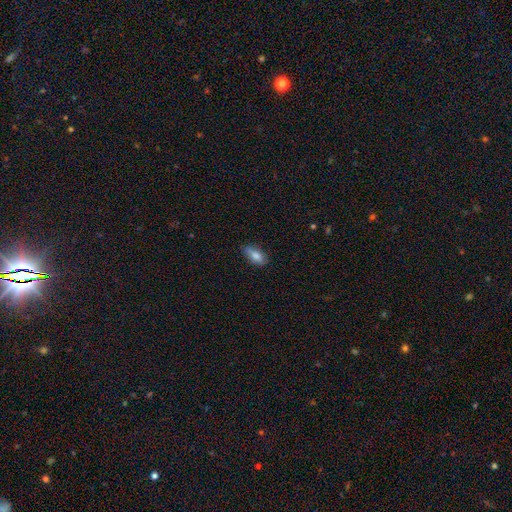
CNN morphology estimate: The model was most divided on "smooth or featured": smooth: 73%, featured or disk: 20%, star or artifact: 7%. More confident: how rounded — in between (78%); merging — none (76%).